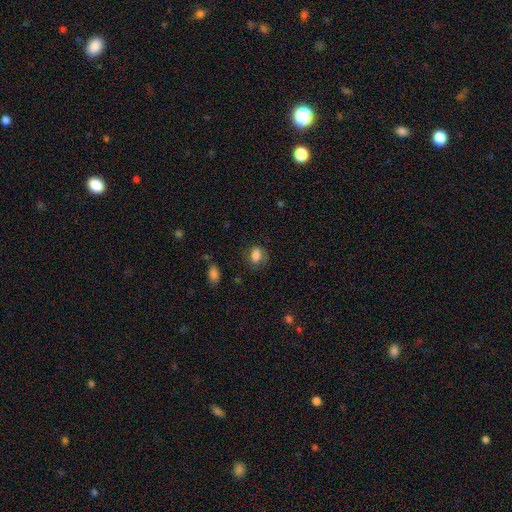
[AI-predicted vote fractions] Overall: smooth (80%). How rounded: in between (71%). Merging: none (66%).